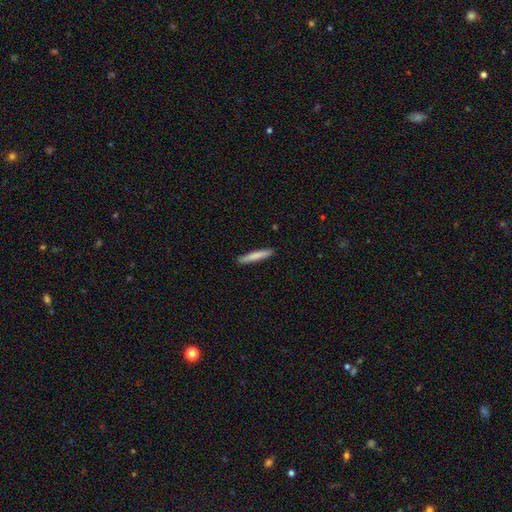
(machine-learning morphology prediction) Smooth or featured?
  - smooth: 79% *
  - featured or disk: 16%
  - star or artifact: 5%
How rounded?
  - cigar-shaped: 94% *
  - in between: 5%
  - round: 1%
Merging?
  - none: 90% *
  - minor disturbance: 8%
  - major disturbance: 1%
  - merger: 1%